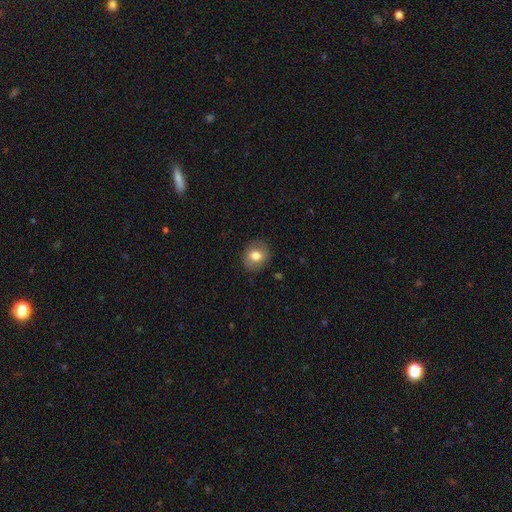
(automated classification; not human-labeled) Smooth or featured?
  - smooth: 76% *
  - featured or disk: 16%
  - star or artifact: 9%
How rounded?
  - round: 70% *
  - in between: 29%
  - cigar-shaped: 1%
Merging?
  - none: 87% *
  - minor disturbance: 9%
  - major disturbance: 3%
  - merger: 1%